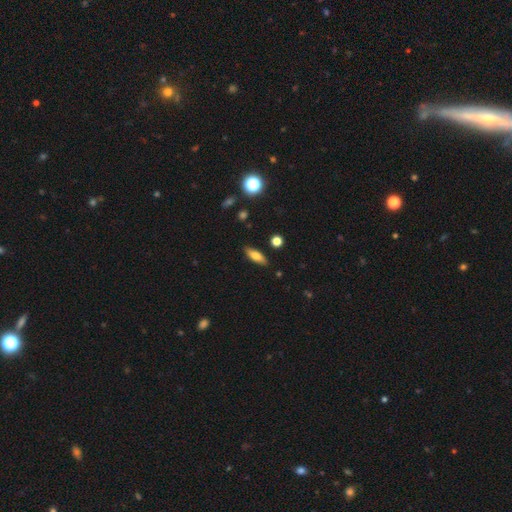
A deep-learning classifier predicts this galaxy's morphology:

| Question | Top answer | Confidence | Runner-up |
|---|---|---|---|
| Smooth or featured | smooth | 72% | featured or disk (20%) |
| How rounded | in between | 61% | cigar-shaped (36%) |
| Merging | none | 86% | minor disturbance (10%) |